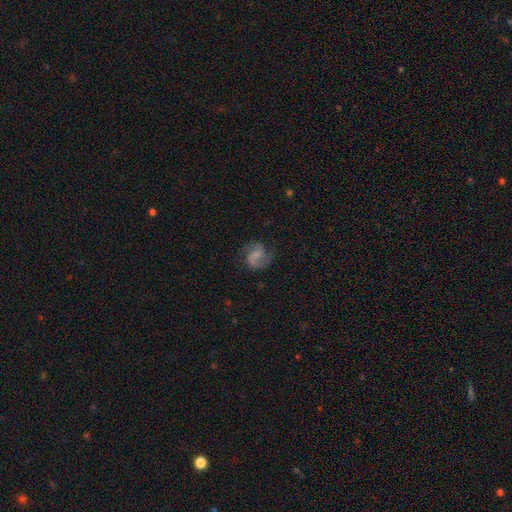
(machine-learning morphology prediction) Smooth or featured? Predicted: featured or disk (p=0.66). Edge-on disk? Predicted: no (p=0.98). Bar? Predicted: weak (p=0.46). Spiral arms? Predicted: yes (p=0.92). Spiral winding? Predicted: medium (p=0.49). Spiral arm count? Predicted: 2 (p=0.79). Bulge size? Predicted: none (p=0.51). Merging? Predicted: none (p=0.67).